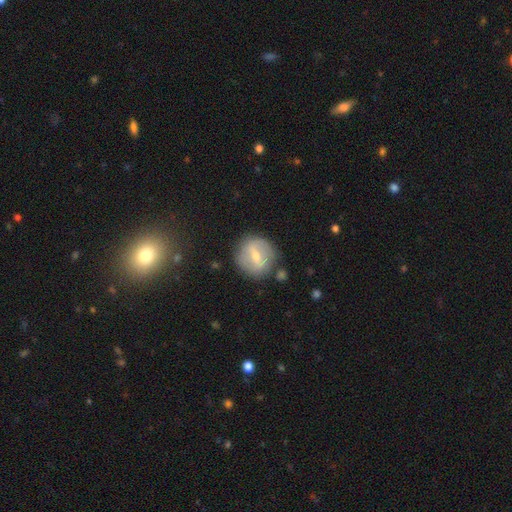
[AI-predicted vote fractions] The model was most divided on "bar": strong: 50%, weak: 38%, no: 13%. More confident: edge-on disk — no (90%); merging — none (80%); spiral arms — no (69%); smooth or featured — featured or disk (56%); bulge size — moderate (54%).